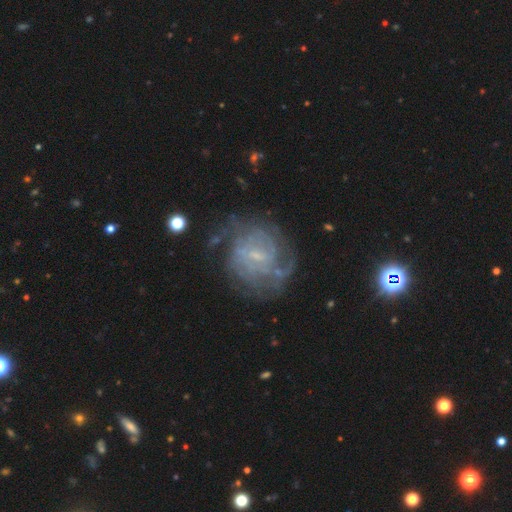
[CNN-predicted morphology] Smooth or featured?
  - featured or disk: 80% *
  - smooth: 12%
  - star or artifact: 8%
Edge-on disk?
  - no: 97% *
  - yes: 3%
Bar?
  - weak: 58% *
  - no: 27%
  - strong: 14%
Spiral arms?
  - yes: 87% *
  - no: 13%
Spiral winding?
  - tight: 57% *
  - medium: 33%
  - loose: 10%
Spiral arm count?
  - can't tell: 50% *
  - 2: 18%
  - 3: 13%
  - 4: 9%
  - more than 4: 5%
  - 1: 5%
Bulge size?
  - small: 64% *
  - moderate: 18%
  - none: 16%
  - large: 1%
  - dominant: 1%
Merging?
  - none: 66% *
  - minor disturbance: 19%
  - major disturbance: 13%
  - merger: 3%